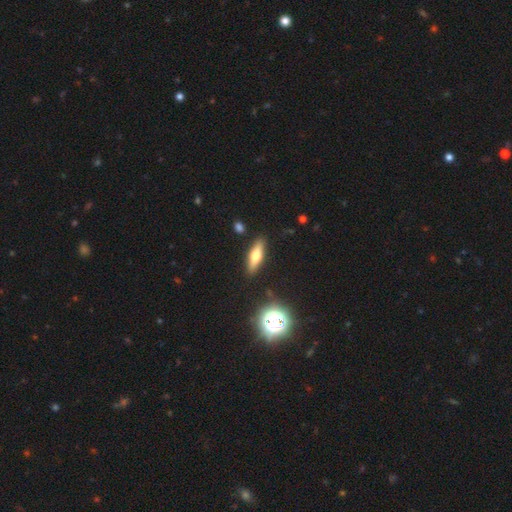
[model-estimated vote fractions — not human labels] smooth-or-featured: smooth: 55% | featured or disk: 36% | star or artifact: 9%
  how-rounded: cigar-shaped: 54% | in between: 43% | round: 3%
  merging: none: 87% | minor disturbance: 8% | major disturbance: 2% | merger: 2%